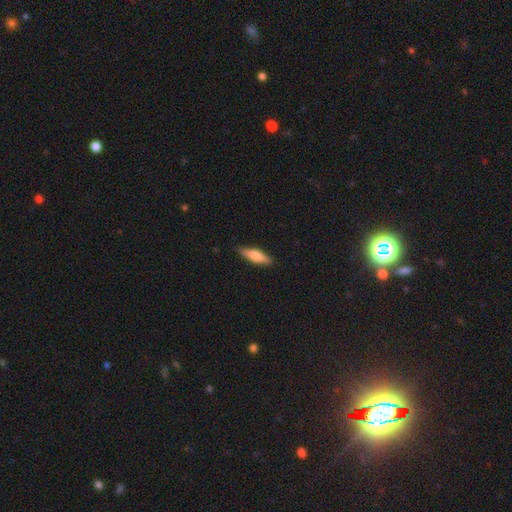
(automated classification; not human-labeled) Overall: smooth (68%). How rounded: cigar-shaped (57%; in between 40%). Merging: none (86%).